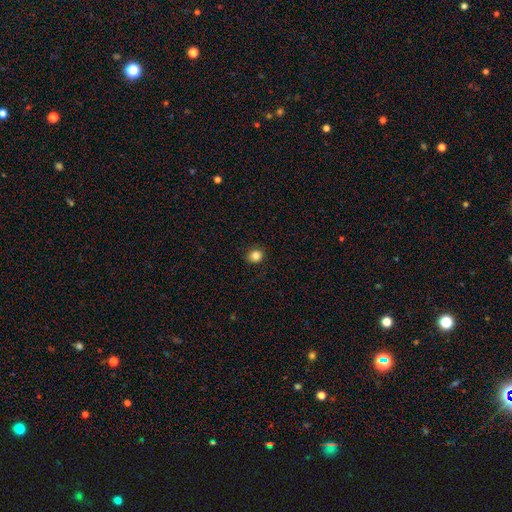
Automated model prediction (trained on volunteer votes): Q: Smooth or featured?
A: smooth (85%); runner-up: star or artifact (11%)
Q: How rounded?
A: round (76%); runner-up: in between (23%)
Q: Merging?
A: none (88%); runner-up: minor disturbance (9%)